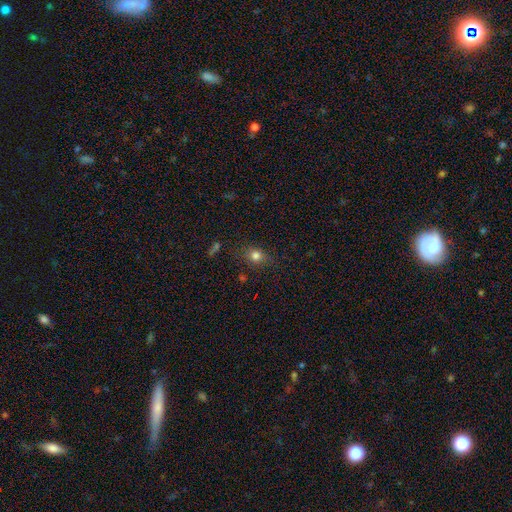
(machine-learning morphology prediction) Smooth or featured: smooth — 78% (star or artifact — 14%)
How rounded: round — 60% (in between — 37%)
Merging: none — 79% (minor disturbance — 15%)